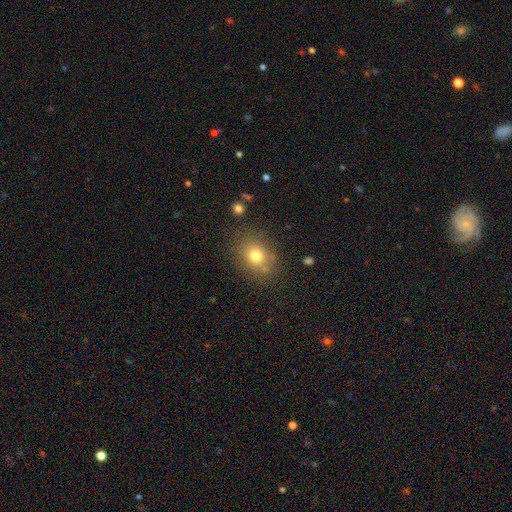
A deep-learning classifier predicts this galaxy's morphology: smooth-or-featured: smooth: 74% | star or artifact: 14% | featured or disk: 12%
  how-rounded: round: 55% | in between: 44% | cigar-shaped: 1%
  merging: none: 78% | minor disturbance: 13% | major disturbance: 5% | merger: 5%